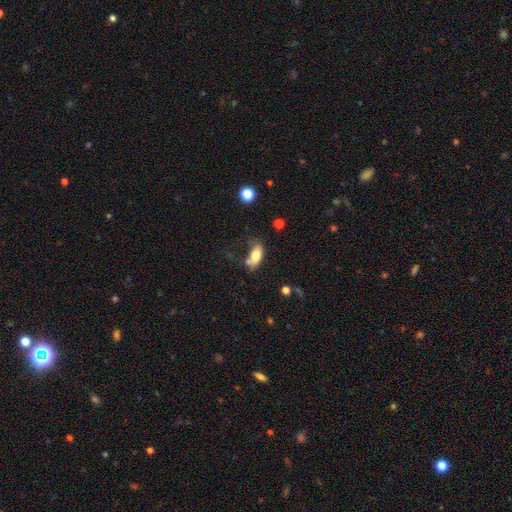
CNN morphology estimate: smooth 75%, featured or disk 17%, star or artifact 8%. Down the decision tree: how rounded — in between (86%); merging — none (54%).